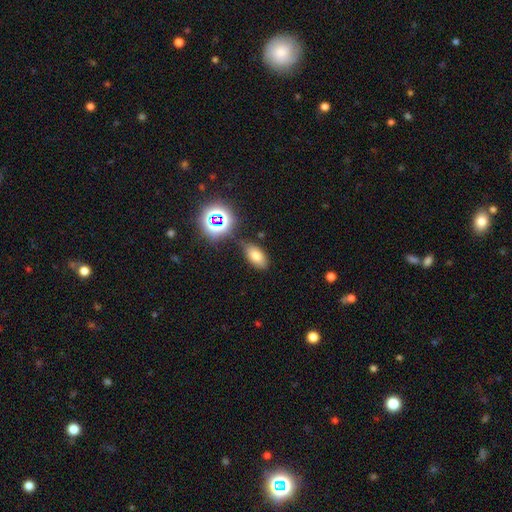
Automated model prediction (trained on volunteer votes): smooth-or-featured: smooth: 72% | star or artifact: 18% | featured or disk: 10%
  how-rounded: in between: 89% | round: 8% | cigar-shaped: 4%
  merging: none: 75% | minor disturbance: 15% | merger: 6% | major disturbance: 4%